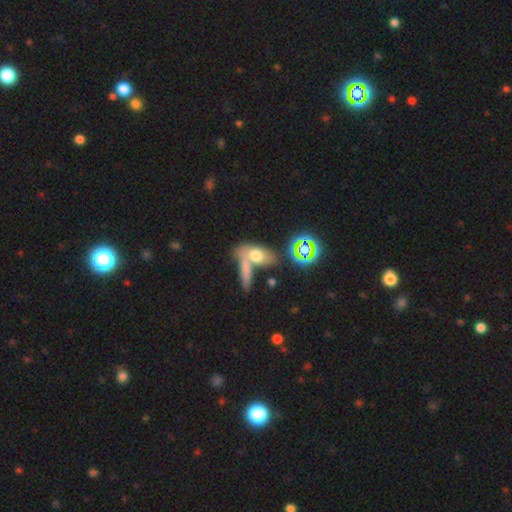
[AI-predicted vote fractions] Morphology: type=smooth (61%); roundness=in between (72%); merging=none (42%).